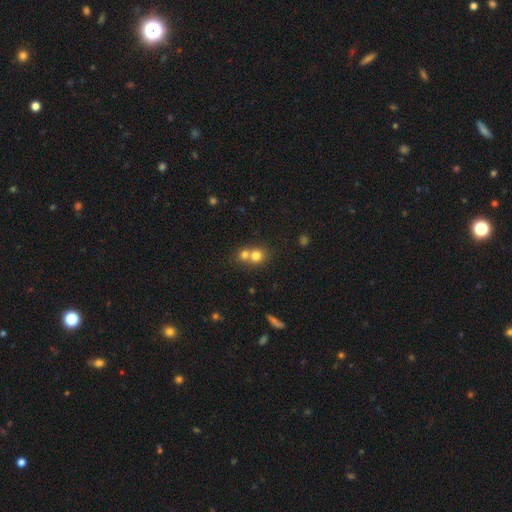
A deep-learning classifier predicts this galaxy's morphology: A smooth galaxy with no disk features (75%) that is round (79%).

Vote fractions:
- Smooth or featured? smooth: 75% / featured or disk: 13% / star or artifact: 12%
- How rounded? round: 79% / in between: 20% / cigar-shaped: 1%
- Merging? merger: 59% / none: 33% / minor disturbance: 5% / major disturbance: 2%